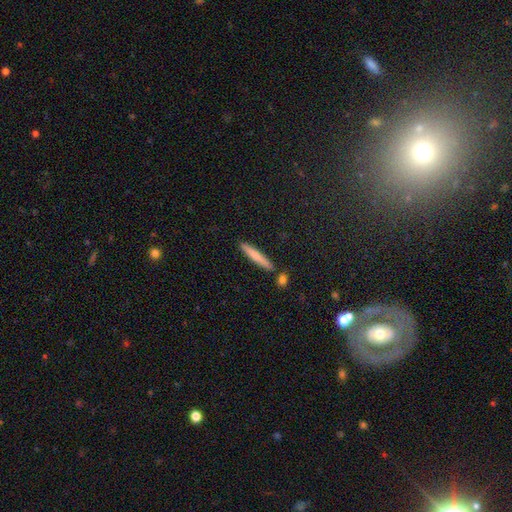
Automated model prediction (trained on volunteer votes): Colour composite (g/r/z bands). It shows a smooth galaxy with no disk features (74%) that is cigar-shaped (94%). Merging: none (86%).